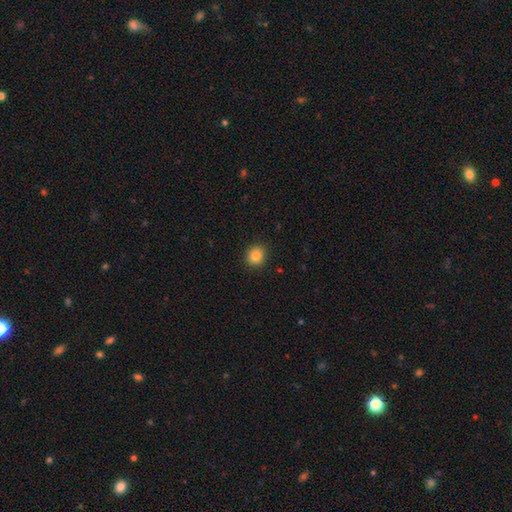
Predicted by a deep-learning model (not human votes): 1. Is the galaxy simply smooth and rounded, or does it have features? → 84% smooth, 11% star or artifact, 5% featured or disk.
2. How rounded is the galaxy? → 82% round, 17% in between, 1% cigar-shaped.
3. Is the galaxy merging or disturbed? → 91% none, 7% minor disturbance, 2% major disturbance, 1% merger.